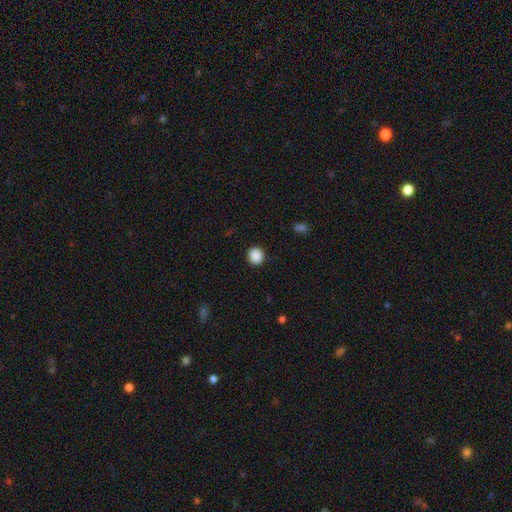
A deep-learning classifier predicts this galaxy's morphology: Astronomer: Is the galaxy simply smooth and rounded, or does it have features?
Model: smooth — 89%.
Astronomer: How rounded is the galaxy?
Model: round — 87%.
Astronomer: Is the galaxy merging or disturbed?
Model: none — 91%.